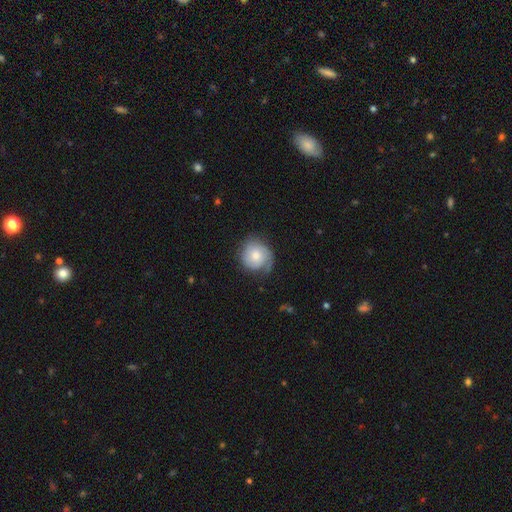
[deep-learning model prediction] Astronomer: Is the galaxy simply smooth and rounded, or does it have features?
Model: featured or disk — 49% (runner-up: smooth, 45%).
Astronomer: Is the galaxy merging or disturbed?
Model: none — 64%.